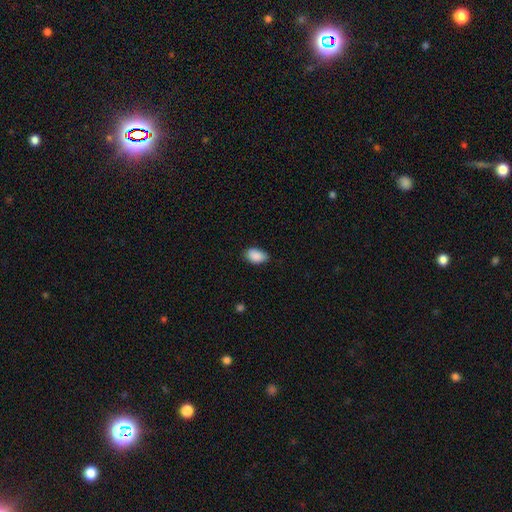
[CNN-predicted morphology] smooth_or_featured: smooth (p=0.90) [alt: star or artifact p=0.07]
how_rounded: in between (p=0.90) [alt: round p=0.08]
merging: none (p=0.76) [alt: minor disturbance p=0.20]